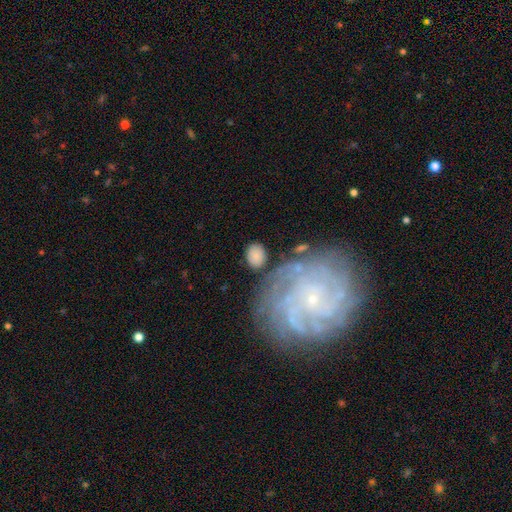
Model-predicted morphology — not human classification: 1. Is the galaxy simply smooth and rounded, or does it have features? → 81% smooth, 12% featured or disk, 7% star or artifact.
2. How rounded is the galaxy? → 61% in between, 37% round, 2% cigar-shaped.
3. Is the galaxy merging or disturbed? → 75% none, 13% minor disturbance, 6% major disturbance, 5% merger.